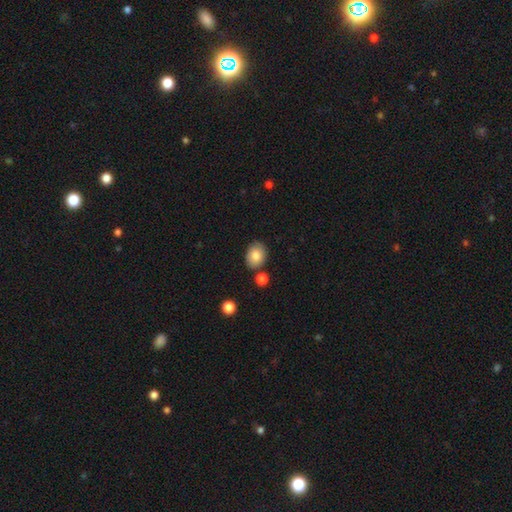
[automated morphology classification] A smooth galaxy with no disk features (84%) that is in between round and cigar-shaped (65%). Merging: none (80%).